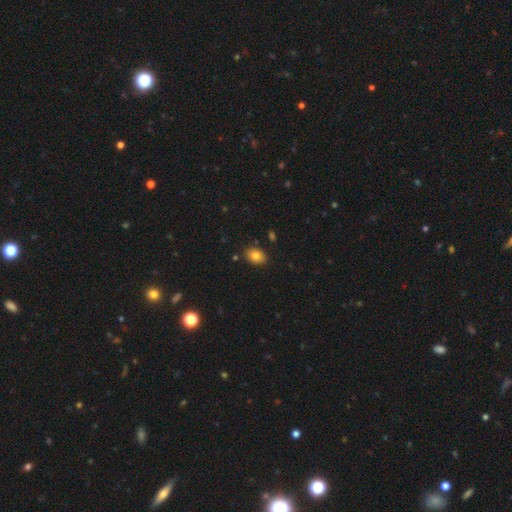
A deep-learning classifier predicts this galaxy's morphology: Smooth or featured? Predicted: smooth (p=0.82). How rounded? Predicted: in between (p=0.77). Merging? Predicted: none (p=0.86).